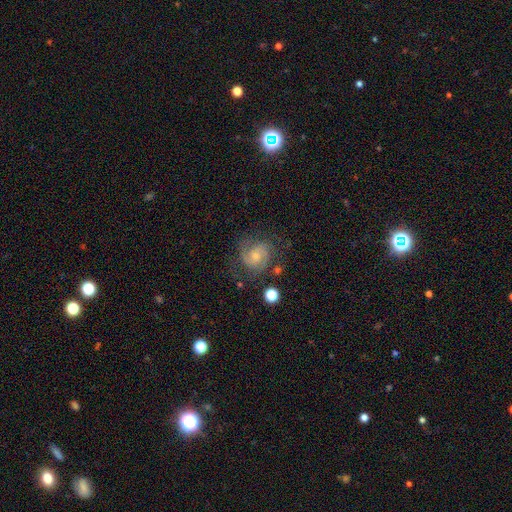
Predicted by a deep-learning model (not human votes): Morphology: type=featured or disk (75%); edge-on=no (98%); bar=no (59%); spiral arms=yes (94%); winding=medium (45%); arm count=2 (70%); bulge=small (53%); merging=none (72%).